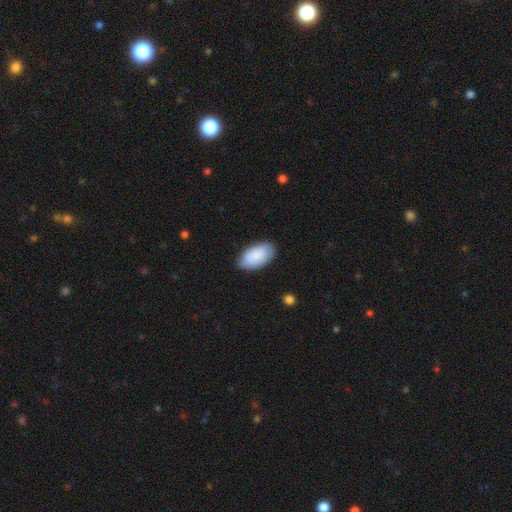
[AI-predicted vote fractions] Smooth or featured? smooth (87%)
How rounded? in between (96%)
Merging? none (82%)